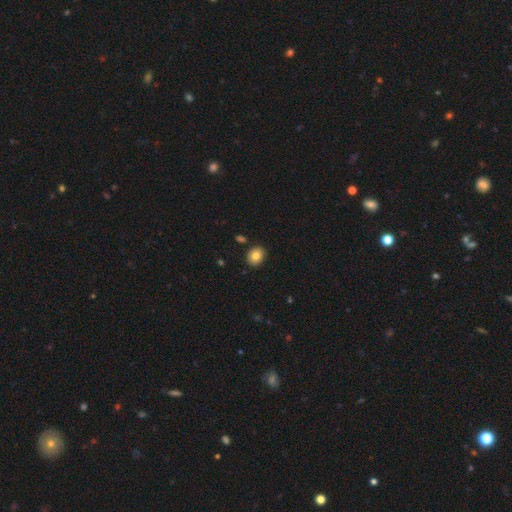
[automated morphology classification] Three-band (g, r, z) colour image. It shows a smooth galaxy with no disk features (82%) that is round (54%). Merging: none (88%).